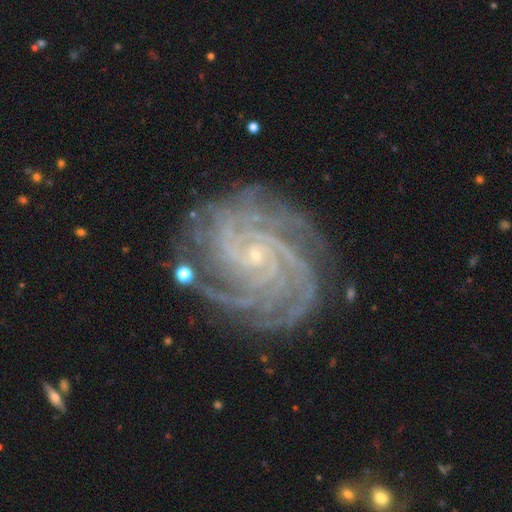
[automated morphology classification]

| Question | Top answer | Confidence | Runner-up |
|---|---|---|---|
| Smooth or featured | featured or disk | 91% | star or artifact (5%) |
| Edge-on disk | no | 98% | yes (2%) |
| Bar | no | 69% | weak (23%) |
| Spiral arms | yes | 99% | no (1%) |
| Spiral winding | tight | 76% | medium (21%) |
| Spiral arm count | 4 | 31% | more than 4 (26%) |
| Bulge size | small | 87% | moderate (9%) |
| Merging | none | 80% | minor disturbance (13%) |